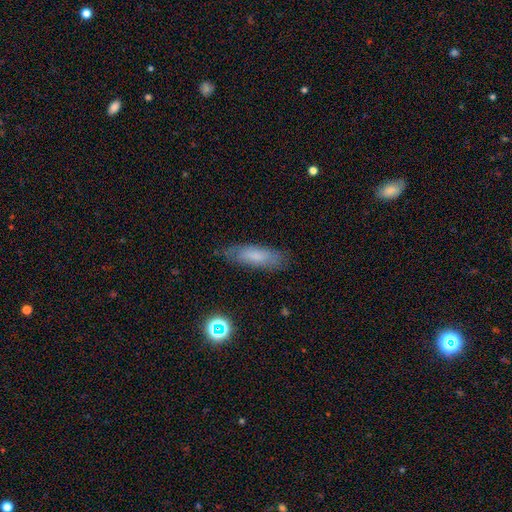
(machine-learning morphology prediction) smooth_or_featured: smooth (p=0.69) [alt: featured or disk p=0.22]
how_rounded: in between (p=0.54) [alt: cigar-shaped p=0.44]
merging: none (p=0.77) [alt: minor disturbance p=0.17]